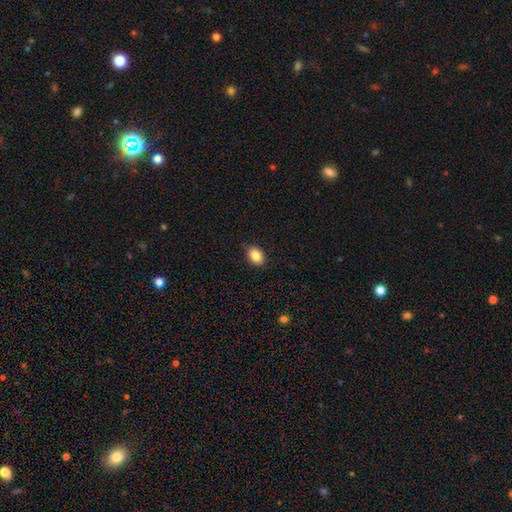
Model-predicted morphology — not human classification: The model was most divided on "how rounded": in between: 80%, round: 19%, cigar-shaped: 1%. More confident: merging — none (87%); smooth or featured — smooth (87%).